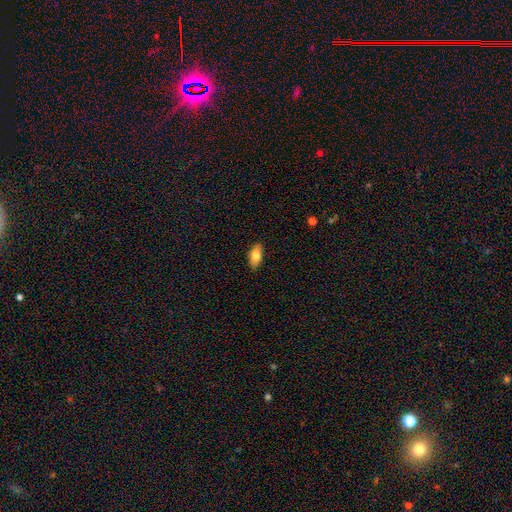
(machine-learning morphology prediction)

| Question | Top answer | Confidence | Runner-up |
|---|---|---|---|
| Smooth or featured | smooth | 78% | featured or disk (15%) |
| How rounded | in between | 87% | cigar-shaped (10%) |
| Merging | none | 88% | minor disturbance (9%) |